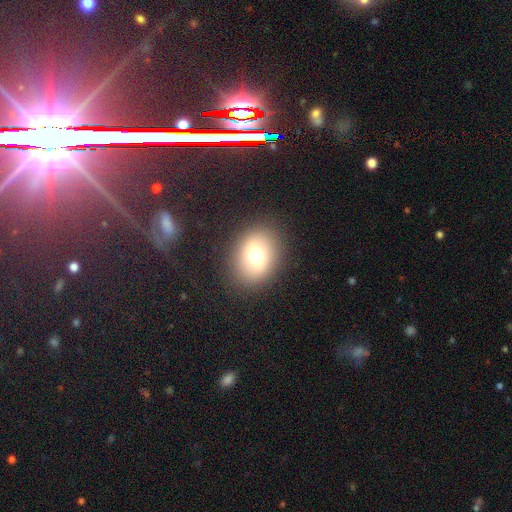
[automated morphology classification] The model was most divided on "how rounded": in between: 54%, round: 45%, cigar-shaped: 1%. More confident: merging — none (86%); smooth or featured — smooth (74%).